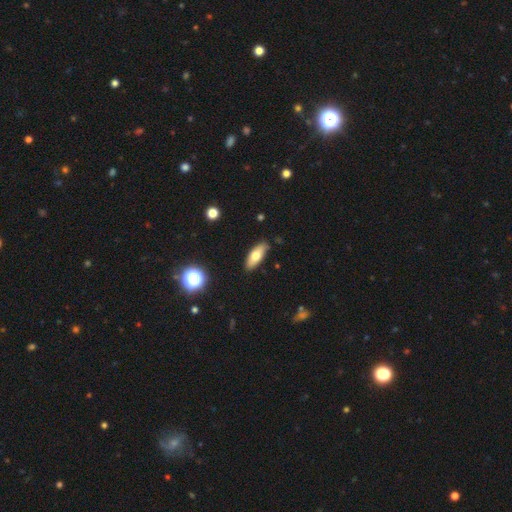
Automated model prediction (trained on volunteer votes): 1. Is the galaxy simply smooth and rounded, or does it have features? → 69% smooth, 23% featured or disk, 8% star or artifact.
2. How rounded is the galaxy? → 73% in between, 24% cigar-shaped, 3% round.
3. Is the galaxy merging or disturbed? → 86% none, 11% minor disturbance, 2% major disturbance, 1% merger.